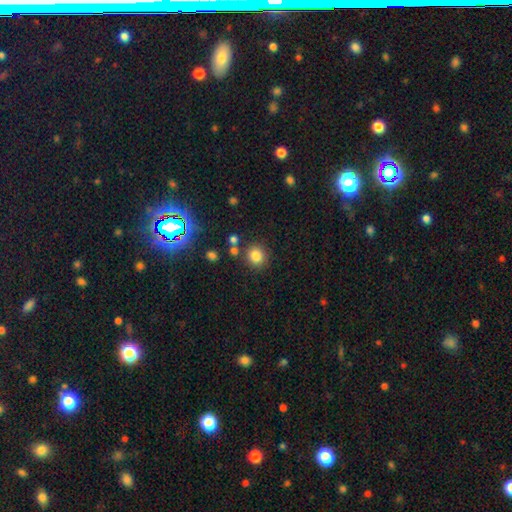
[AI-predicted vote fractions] smooth_or_featured: smooth (p=0.80) [alt: star or artifact p=0.14]
how_rounded: round (p=0.88) [alt: in between p=0.11]
merging: none (p=0.81) [alt: minor disturbance p=0.09]